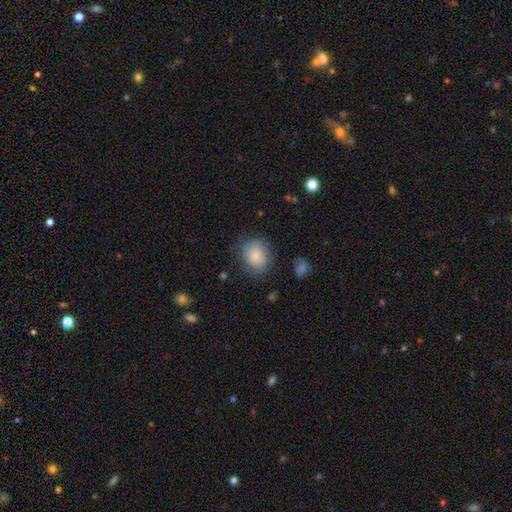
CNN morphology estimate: smooth-or-featured: smooth: 73% | featured or disk: 19% | star or artifact: 8%
  how-rounded: round: 57% | in between: 42% | cigar-shaped: 1%
  merging: none: 70% | minor disturbance: 20% | major disturbance: 8% | merger: 2%